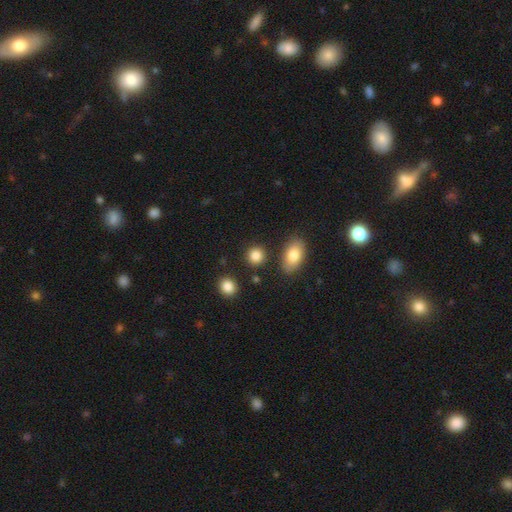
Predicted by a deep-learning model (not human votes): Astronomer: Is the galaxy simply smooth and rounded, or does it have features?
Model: smooth — 86%.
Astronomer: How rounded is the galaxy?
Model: round — 83%.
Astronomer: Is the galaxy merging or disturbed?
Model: none — 86%.